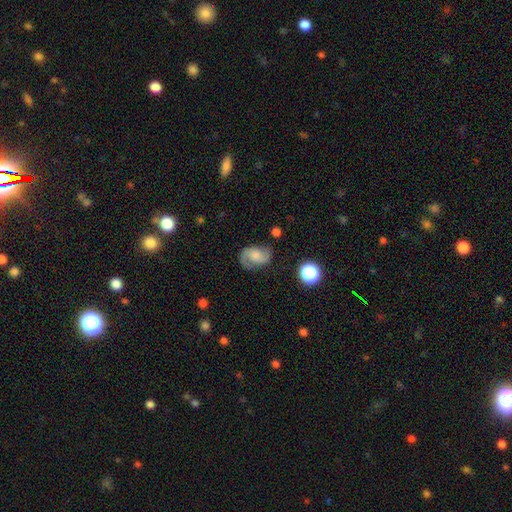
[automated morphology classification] This appears to be a featured or disk galaxy (64%) with no bar (58%), 2 (88%) medium (48%) spiral arms (92%) and a moderate central bulge (28%). Merging: none (68%).